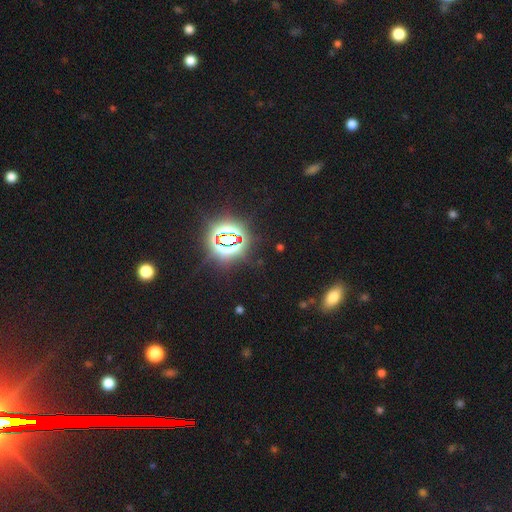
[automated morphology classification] The model was most divided on "smooth or featured": star or artifact: 74%, smooth: 17%, featured or disk: 9%.